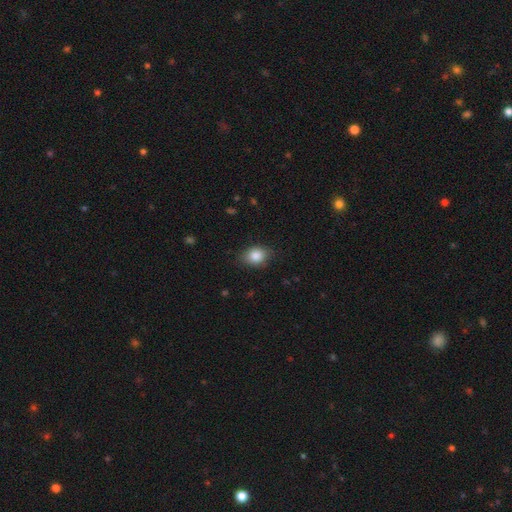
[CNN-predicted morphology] smooth-or-featured: smooth: 85% | star or artifact: 8% | featured or disk: 7%
  how-rounded: in between: 66% | round: 33% | cigar-shaped: 1%
  merging: none: 80% | minor disturbance: 16% | major disturbance: 3% | merger: 1%